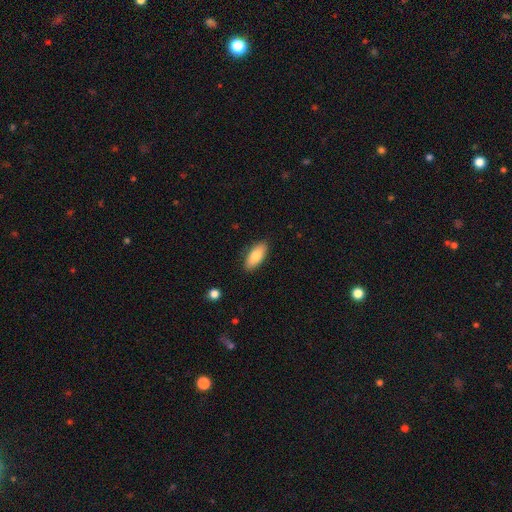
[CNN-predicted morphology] This is clearly a smooth galaxy (80%). How rounded: clearly in between (84%). Merging: clearly none (87%).